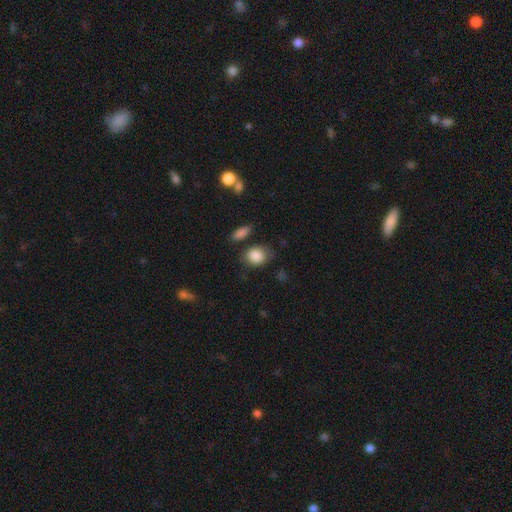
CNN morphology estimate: Q: Smooth or featured?
A: smooth (86%); runner-up: star or artifact (8%)
Q: How rounded?
A: in between (50%); runner-up: round (49%)
Q: Merging?
A: none (70%); runner-up: minor disturbance (19%)